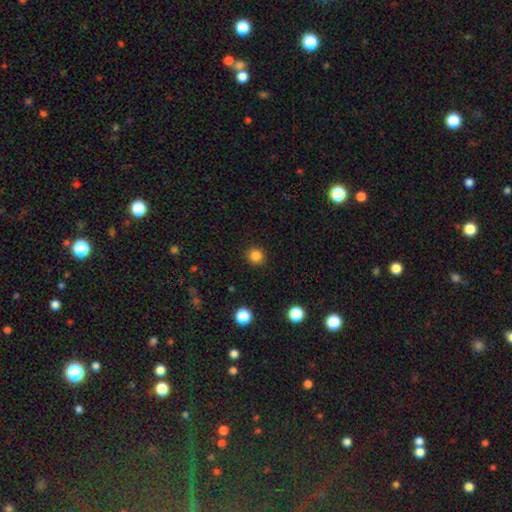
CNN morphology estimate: Smooth or featured?
  - smooth: 84% *
  - star or artifact: 12%
  - featured or disk: 4%
How rounded?
  - round: 91% *
  - in between: 8%
  - cigar-shaped: 1%
Merging?
  - none: 92% *
  - minor disturbance: 5%
  - major disturbance: 2%
  - merger: 1%